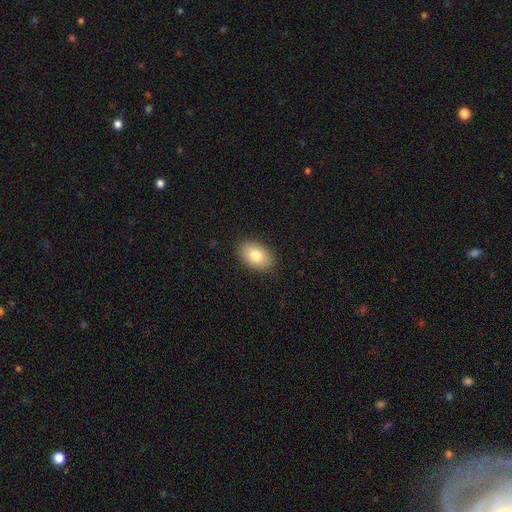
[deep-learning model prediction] Q: Smooth or featured?
A: smooth (80%); runner-up: featured or disk (12%)
Q: How rounded?
A: in between (88%); runner-up: round (11%)
Q: Merging?
A: none (88%); runner-up: minor disturbance (9%)